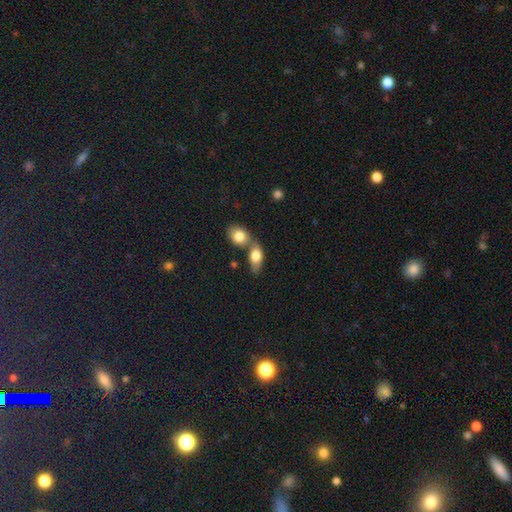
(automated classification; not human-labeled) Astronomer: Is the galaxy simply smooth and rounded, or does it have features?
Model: smooth — 78%.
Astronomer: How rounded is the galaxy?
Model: in between — 82%.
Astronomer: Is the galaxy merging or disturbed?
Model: merger — 67%.